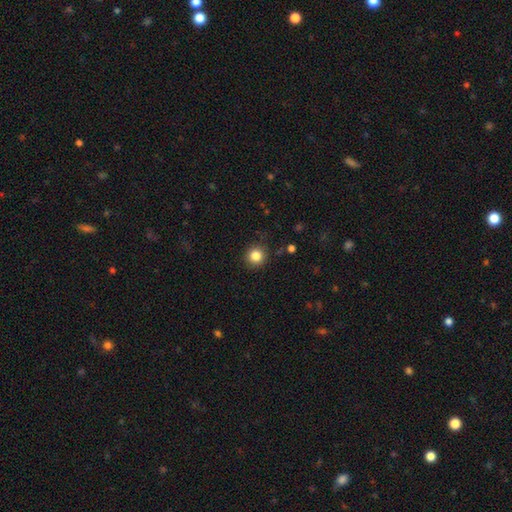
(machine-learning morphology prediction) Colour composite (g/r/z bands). It shows a smooth galaxy with no disk features (84%) that is round (94%). Merging: none (89%).